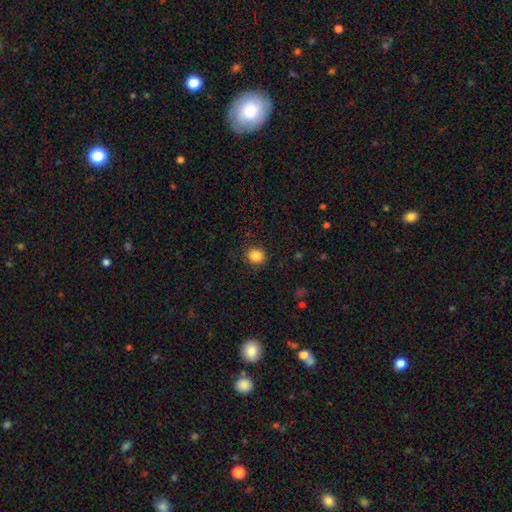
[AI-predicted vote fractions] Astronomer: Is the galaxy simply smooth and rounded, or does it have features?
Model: smooth — 87%.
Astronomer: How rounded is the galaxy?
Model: round — 85%.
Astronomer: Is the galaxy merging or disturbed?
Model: none — 86%.